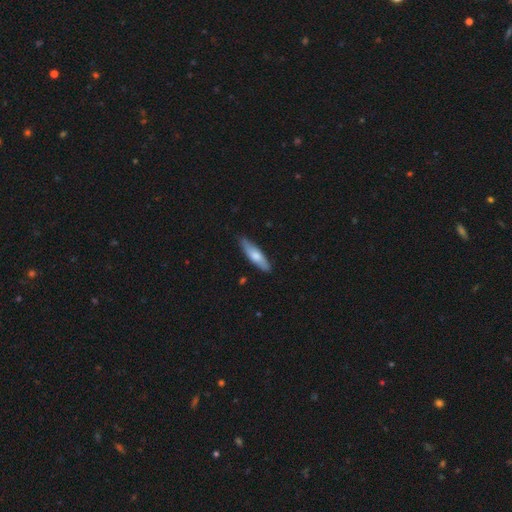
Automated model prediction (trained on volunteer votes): Smooth or featured? smooth (65%)
How rounded? cigar-shaped (70%)
Merging? none (85%)